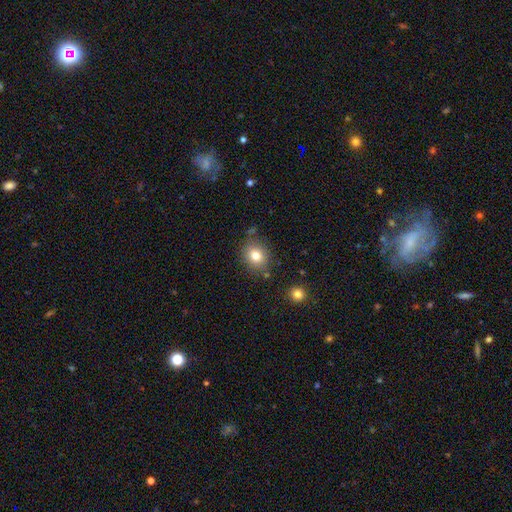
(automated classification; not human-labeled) smooth 79%, star or artifact 12%, featured or disk 10%. Down the decision tree: how rounded — round (71%); merging — none (80%).